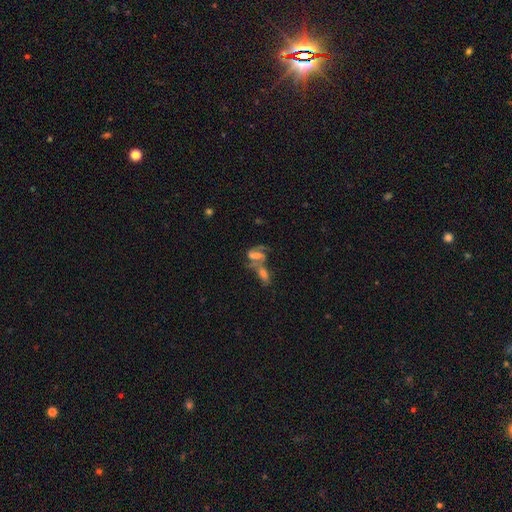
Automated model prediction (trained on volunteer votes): smooth_or_featured: featured or disk (p=0.64) [alt: smooth p=0.25]
disk_edge_on: no (p=0.93) [alt: yes p=0.07]
bar: weak (p=0.40) [alt: no p=0.35]
has_spiral_arms: yes (p=0.84) [alt: no p=0.16]
bulge_size: moderate (p=0.33) [alt: small p=0.27]
merging: merger (p=0.57) [alt: none p=0.23]